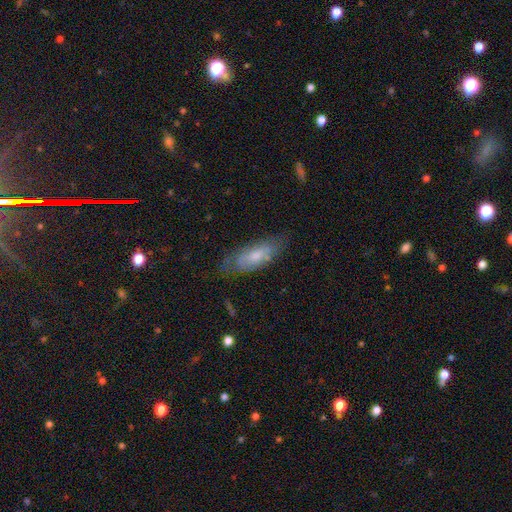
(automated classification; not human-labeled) This appears to be a smooth galaxy with no disk features (57%) that is in between round and cigar-shaped (70%). Merging: none (65%).